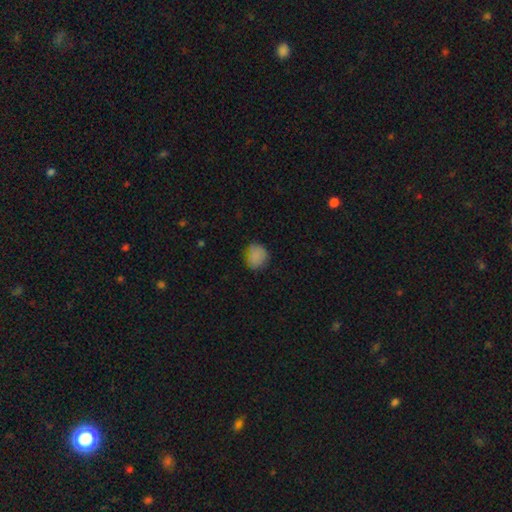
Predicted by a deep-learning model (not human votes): Overall: smooth (84%). How rounded: round (80%). Merging: none (75%).